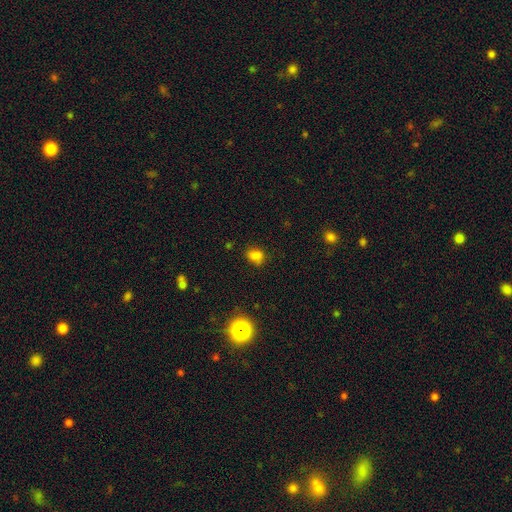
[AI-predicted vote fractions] Smooth or featured?
  - smooth: 76% *
  - star or artifact: 18%
  - featured or disk: 6%
How rounded?
  - in between: 64% *
  - round: 34%
  - cigar-shaped: 2%
Merging?
  - none: 69% *
  - minor disturbance: 21%
  - major disturbance: 6%
  - merger: 4%